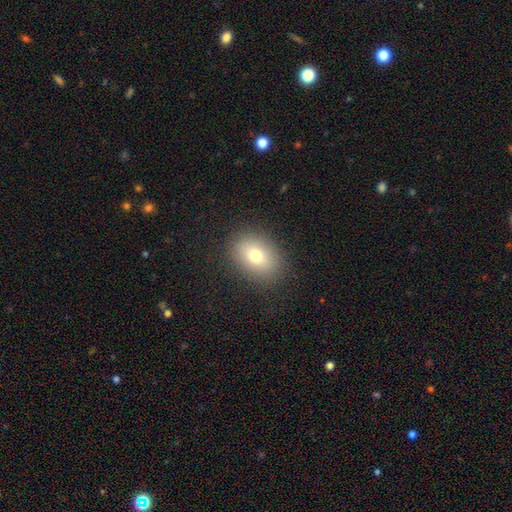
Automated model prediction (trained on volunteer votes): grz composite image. It shows a smooth galaxy with no disk features (76%) that is in between round and cigar-shaped (68%). Merging: none (86%).